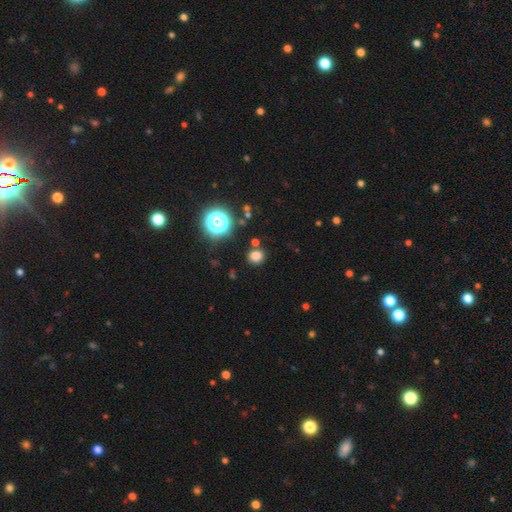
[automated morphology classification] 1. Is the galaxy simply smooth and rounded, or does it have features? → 77% smooth, 18% star or artifact, 5% featured or disk.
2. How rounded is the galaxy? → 79% round, 19% in between, 1% cigar-shaped.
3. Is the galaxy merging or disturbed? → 83% none, 9% minor disturbance, 4% merger, 3% major disturbance.